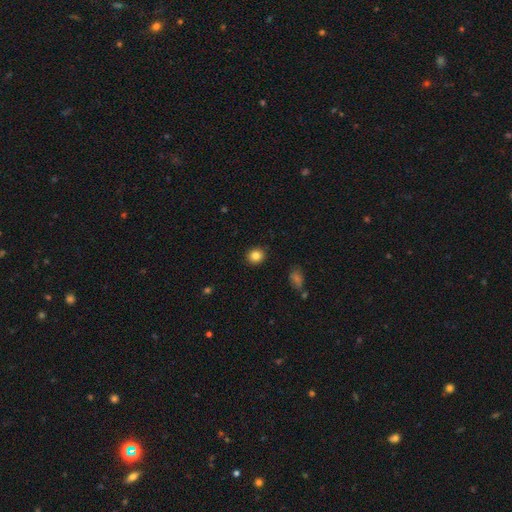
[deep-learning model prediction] This appears to be a smooth galaxy with no disk features (84%) that is round (78%). Merging: none (90%).